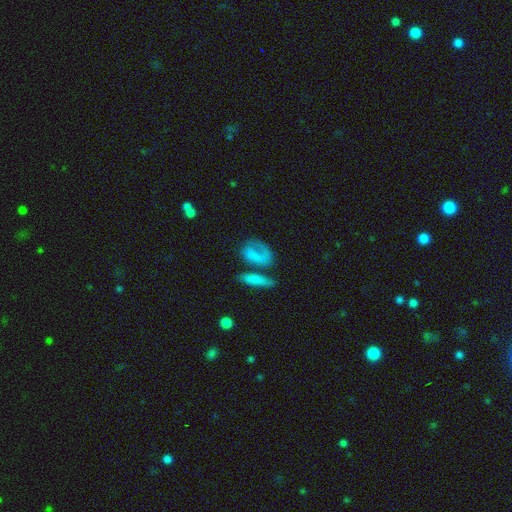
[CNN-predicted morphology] Q: Smooth or featured?
A: smooth (60%); runner-up: featured or disk (30%)
Q: How rounded?
A: in between (59%); runner-up: round (27%)
Q: Merging?
A: none (44%); runner-up: merger (21%)